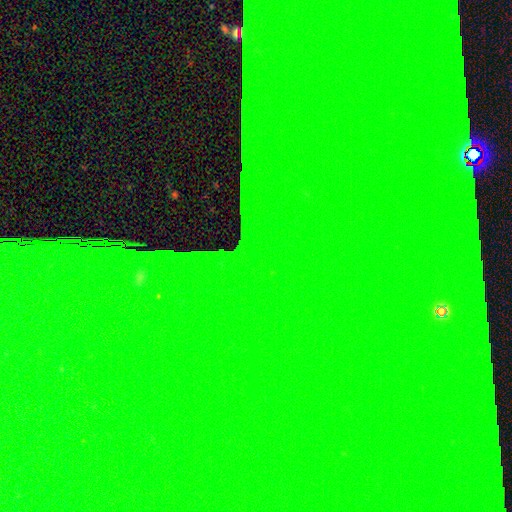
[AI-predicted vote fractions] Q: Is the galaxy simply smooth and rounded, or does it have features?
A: star or artifact — 84%.